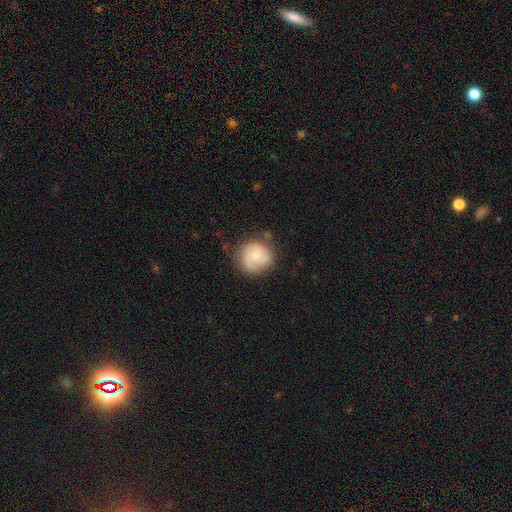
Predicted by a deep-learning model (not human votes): Overall: featured or disk (49%; smooth 44%). Merging: none (71%).